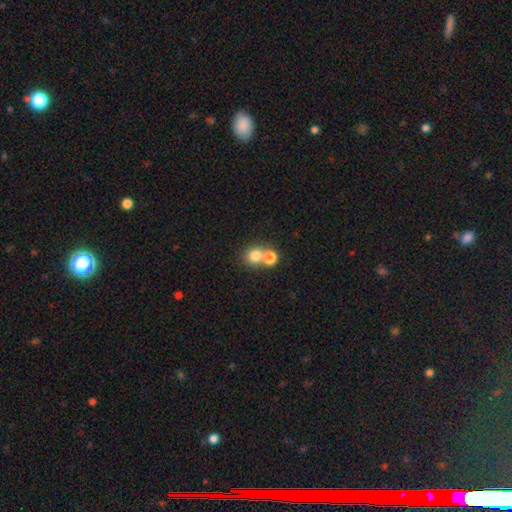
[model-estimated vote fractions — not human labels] smooth 77%, star or artifact 13%, featured or disk 10%. Down the decision tree: how rounded — round (82%); merging — none (47%).